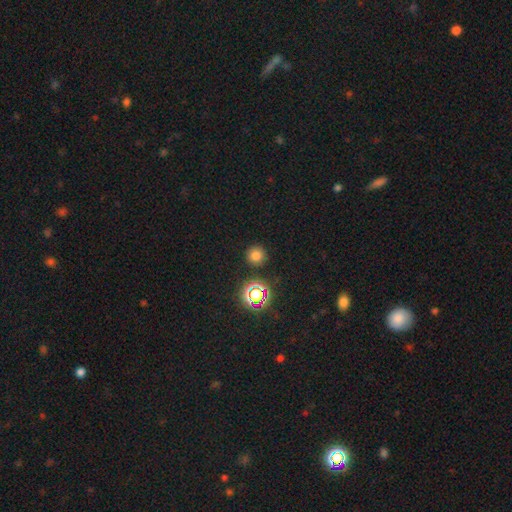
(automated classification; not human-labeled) A smooth galaxy with no disk features (73%) that is round (94%). Merging: none (89%).